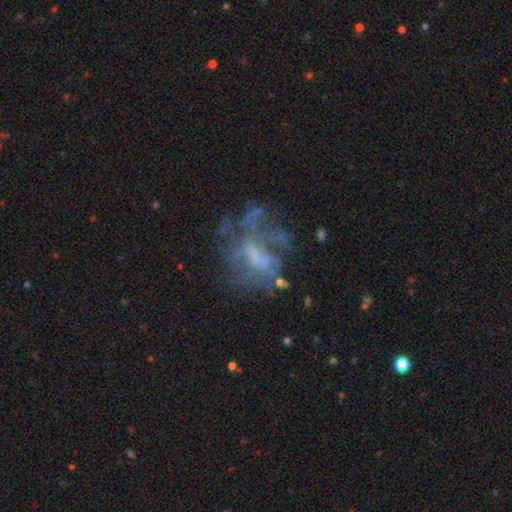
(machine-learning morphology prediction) Smooth or featured?
  - featured or disk: 60% *
  - smooth: 21%
  - star or artifact: 19%
Edge-on disk?
  - no: 97% *
  - yes: 3%
Bar?
  - no: 65% *
  - weak: 26%
  - strong: 8%
Spiral arms?
  - no: 76% *
  - yes: 24%
Bulge size?
  - none: 54% *
  - moderate: 21%
  - small: 20%
  - large: 4%
  - dominant: 1%
Merging?
  - none: 42% *
  - major disturbance: 34%
  - minor disturbance: 17%
  - merger: 7%